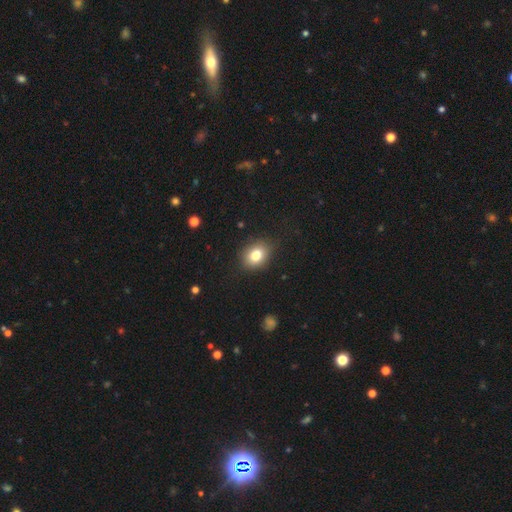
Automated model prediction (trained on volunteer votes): smooth_or_featured: smooth (p=0.80) [alt: star or artifact p=0.10]
how_rounded: in between (p=0.57) [alt: round p=0.42]
merging: none (p=0.83) [alt: minor disturbance p=0.13]